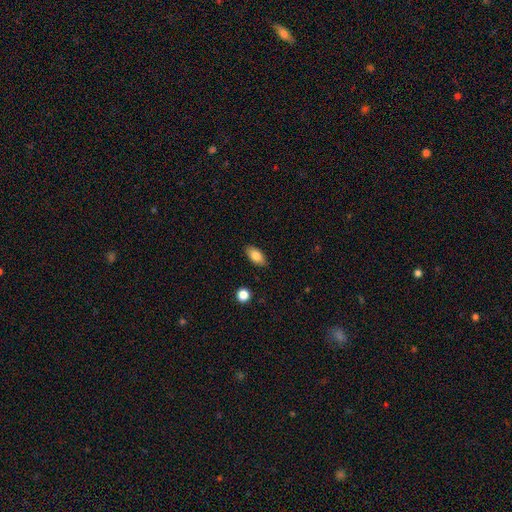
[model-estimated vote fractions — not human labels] smooth_or_featured: smooth (p=0.83) [alt: featured or disk p=0.10]
how_rounded: in between (p=0.91) [alt: cigar-shaped p=0.05]
merging: none (p=0.87) [alt: minor disturbance p=0.09]